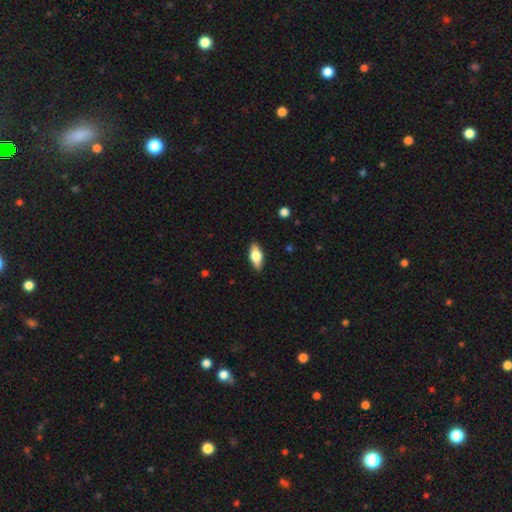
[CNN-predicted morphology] Smooth or featured?
  - smooth: 63% *
  - featured or disk: 30%
  - star or artifact: 6%
How rounded?
  - in between: 81% *
  - cigar-shaped: 16%
  - round: 3%
Merging?
  - none: 88% *
  - minor disturbance: 9%
  - major disturbance: 2%
  - merger: 1%